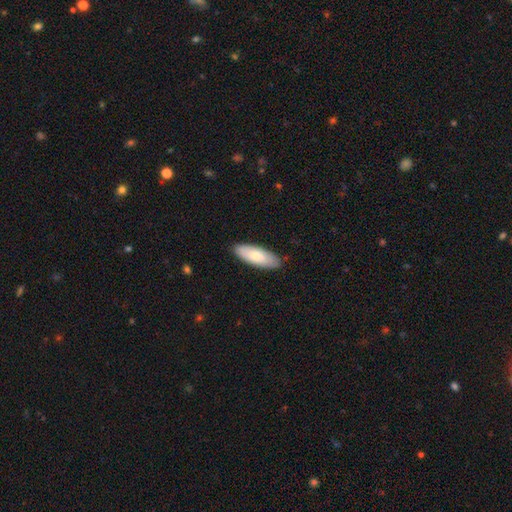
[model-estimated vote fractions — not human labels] Smooth or featured? Predicted: smooth (p=0.75). How rounded? Predicted: in between (p=0.74). Merging? Predicted: none (p=0.87).